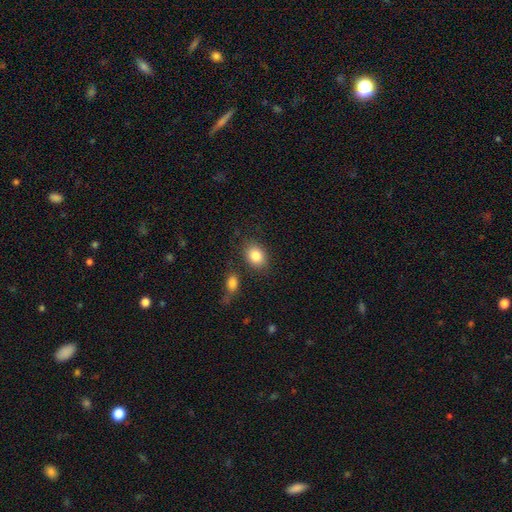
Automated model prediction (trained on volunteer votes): A smooth galaxy with no disk features (84%) that is in between round and cigar-shaped (71%).

Vote fractions:
- Smooth or featured? smooth: 84% / star or artifact: 8% / featured or disk: 8%
- How rounded? in between: 71% / round: 28% / cigar-shaped: 1%
- Merging? none: 79% / minor disturbance: 12% / merger: 6% / major disturbance: 4%